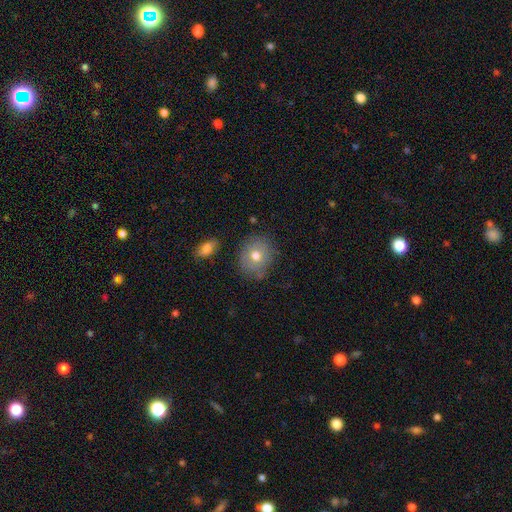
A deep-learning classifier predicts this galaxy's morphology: Q: Smooth or featured?
A: smooth (70%); runner-up: featured or disk (20%)
Q: How rounded?
A: round (69%); runner-up: in between (30%)
Q: Merging?
A: none (78%); runner-up: minor disturbance (15%)